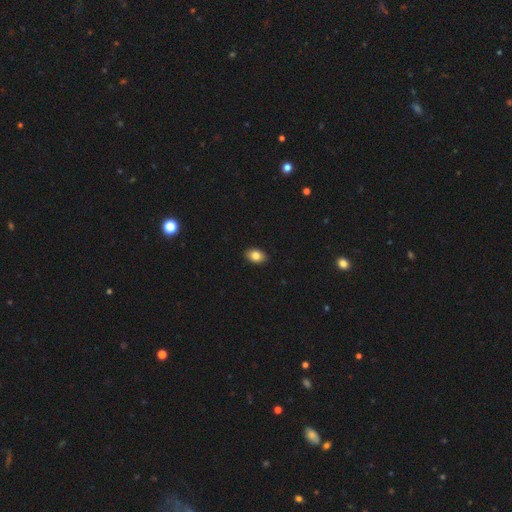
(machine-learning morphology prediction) type=smooth (84%); roundness=in between (85%); merging=none (90%).